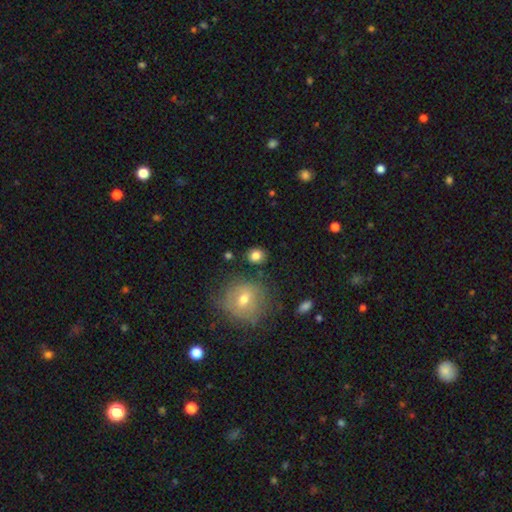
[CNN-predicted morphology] This is clearly a smooth galaxy (82%). How rounded: likely round (73%). Merging: clearly none (83%).